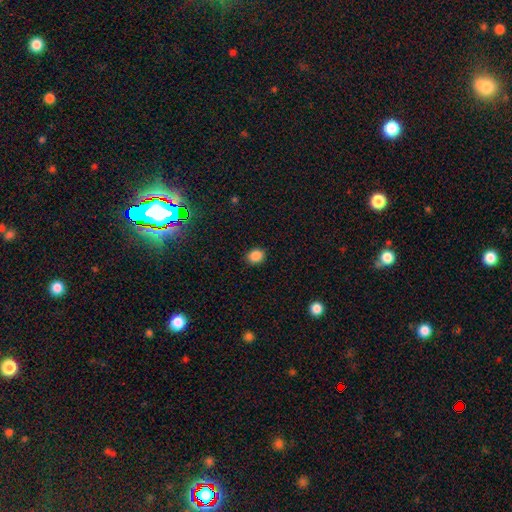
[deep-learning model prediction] Smooth or featured? Predicted: smooth (p=0.86). How rounded? Predicted: round (p=0.54). Merging? Predicted: none (p=0.87).